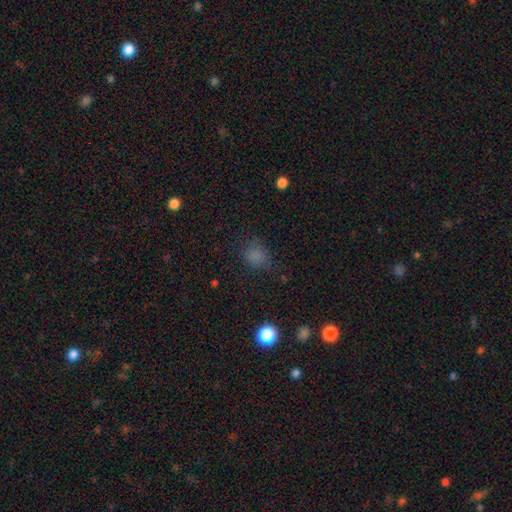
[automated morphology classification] Smooth or featured? smooth (77%)
How rounded? round (57%)
Merging? none (72%)